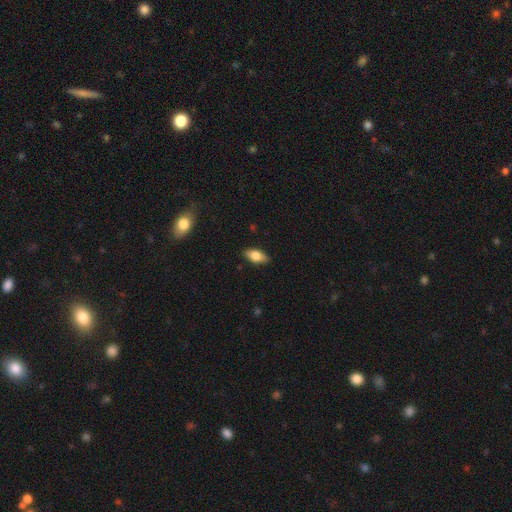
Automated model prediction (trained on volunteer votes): smooth_or_featured: smooth (p=0.75) [alt: featured or disk p=0.19]
how_rounded: in between (p=0.87) [alt: cigar-shaped p=0.09]
merging: none (p=0.85) [alt: minor disturbance p=0.12]